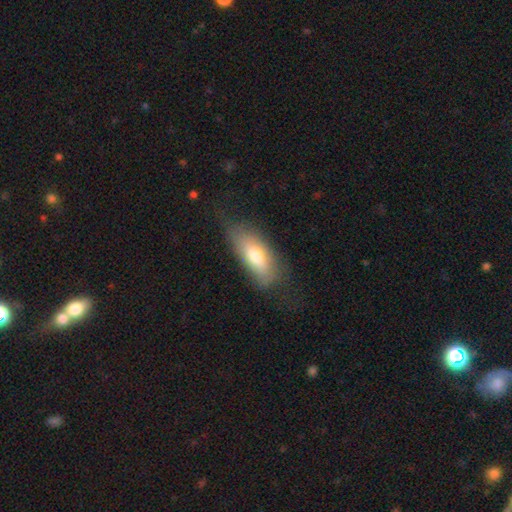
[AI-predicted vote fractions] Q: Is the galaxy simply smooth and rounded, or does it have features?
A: smooth — 73%.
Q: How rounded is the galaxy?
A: in between — 82%.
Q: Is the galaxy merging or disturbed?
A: none — 61%.